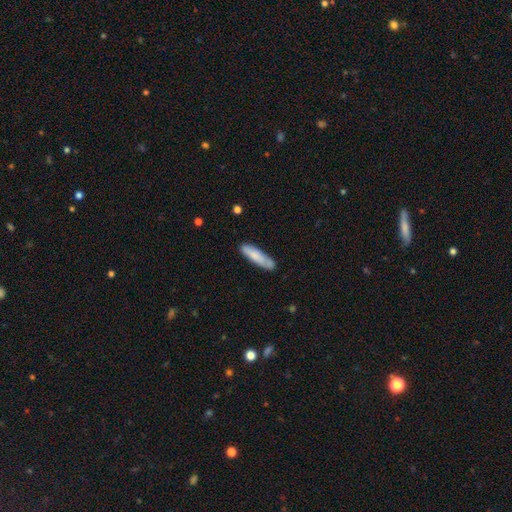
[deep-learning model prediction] Morphology: type=smooth (77%); roundness=cigar-shaped (76%); merging=none (75%).